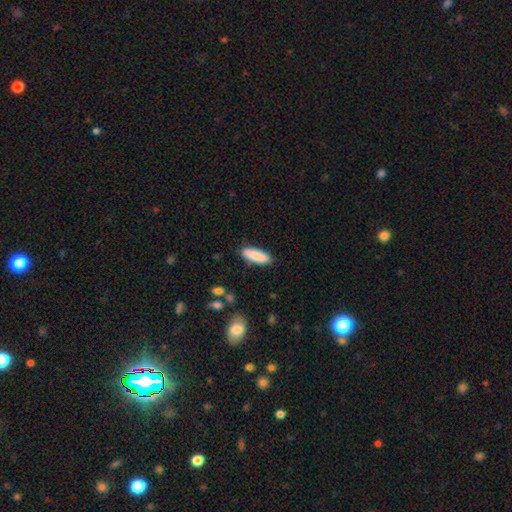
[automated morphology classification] smooth_or_featured: smooth (p=0.89) [alt: star or artifact p=0.06]
how_rounded: in between (p=0.50) [alt: cigar-shaped p=0.48]
merging: none (p=0.87) [alt: minor disturbance p=0.09]